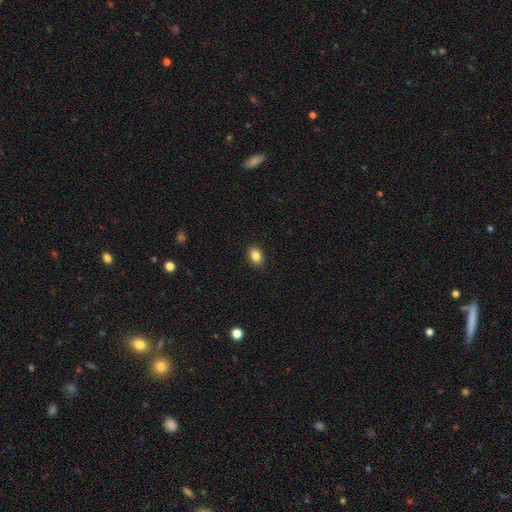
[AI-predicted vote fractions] Morphology: type=smooth (85%); roundness=in between (77%); merging=none (89%).